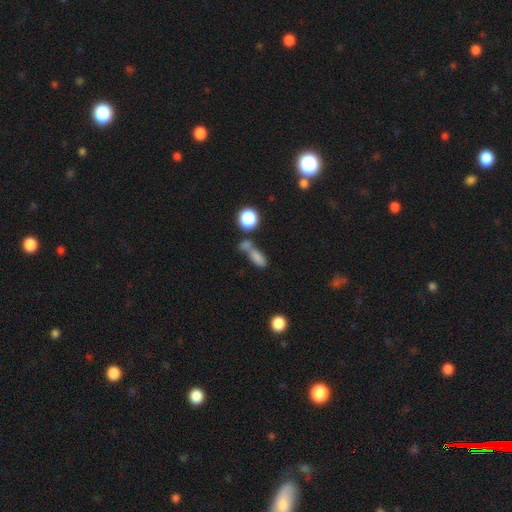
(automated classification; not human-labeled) Smooth or featured? Predicted: smooth (p=0.78). How rounded? Predicted: in between (p=0.66). Merging? Predicted: merger (p=0.44).